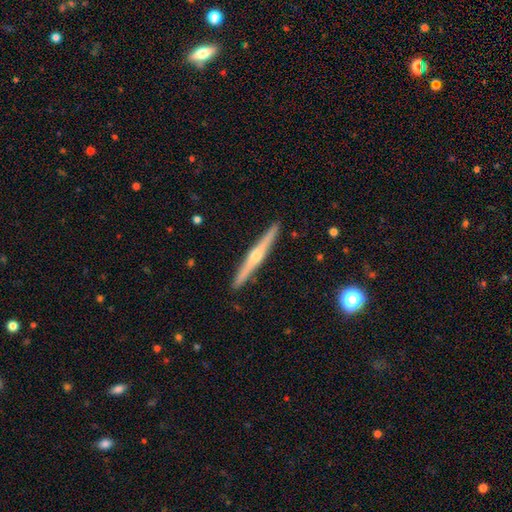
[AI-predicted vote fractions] Morphology: type=featured or disk (73%); edge-on=yes (98%); edge-on bulge=rounded (84%); merging=none (91%).